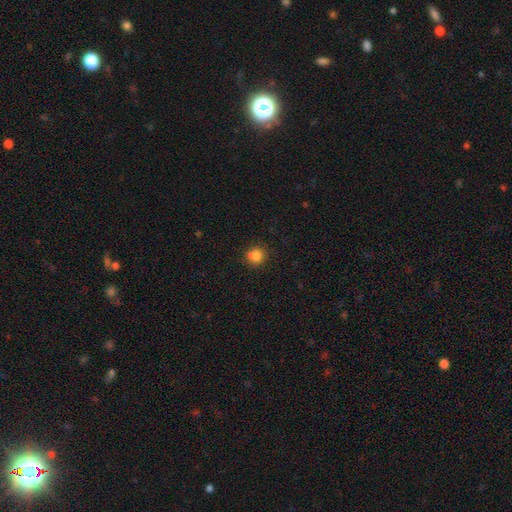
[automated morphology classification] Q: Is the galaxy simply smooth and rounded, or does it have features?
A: smooth — 82%.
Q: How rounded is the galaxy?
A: round — 84%.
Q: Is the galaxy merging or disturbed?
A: none — 75%.